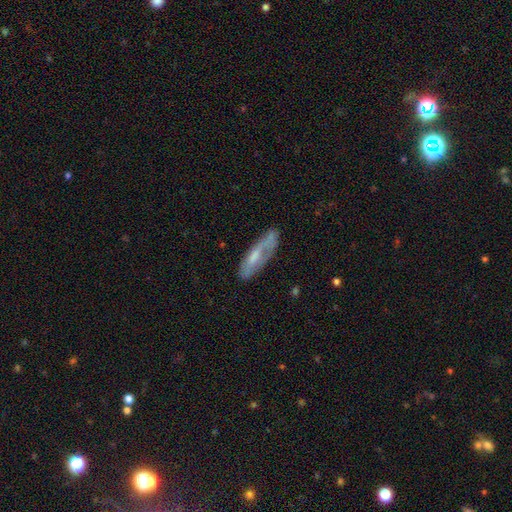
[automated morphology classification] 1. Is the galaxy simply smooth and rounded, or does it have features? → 48% smooth, 45% featured or disk, 7% star or artifact.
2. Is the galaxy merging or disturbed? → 62% none, 24% minor disturbance, 10% major disturbance, 3% merger.